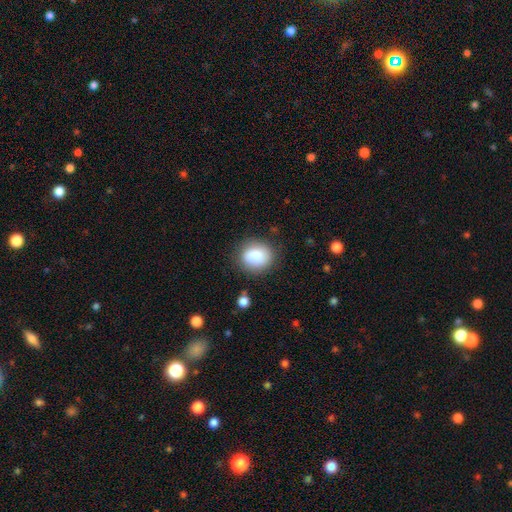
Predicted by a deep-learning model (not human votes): Morphology: type=smooth (85%); roundness=round (74%); merging=none (80%).